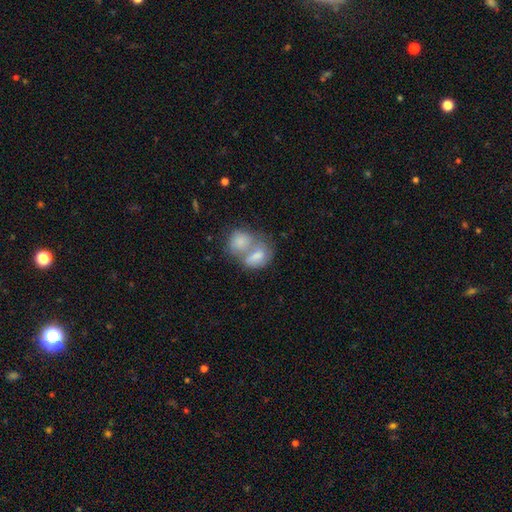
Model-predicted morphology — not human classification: smooth_or_featured: smooth (p=0.68) [alt: featured or disk p=0.23]
how_rounded: in between (p=0.68) [alt: round p=0.30]
merging: merger (p=0.71) [alt: none p=0.18]